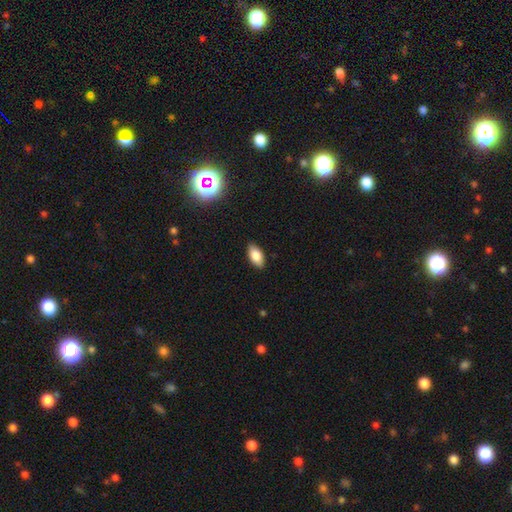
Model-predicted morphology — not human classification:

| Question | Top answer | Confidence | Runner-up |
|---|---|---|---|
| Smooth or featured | smooth | 83% | featured or disk (9%) |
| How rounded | in between | 92% | cigar-shaped (5%) |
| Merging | none | 87% | minor disturbance (10%) |